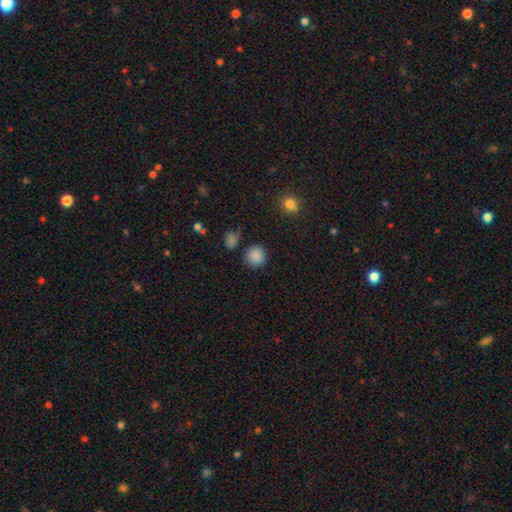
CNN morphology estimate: type=smooth (86%); roundness=round (92%); merging=none (84%).